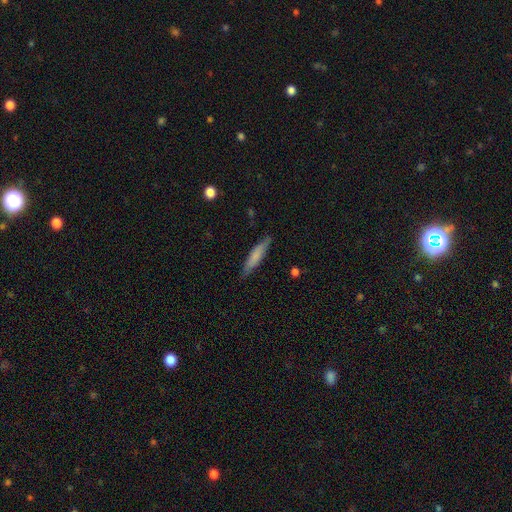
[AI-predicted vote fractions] A smooth galaxy with no disk features (70%) that is cigar-shaped (88%). Merging: none (84%).